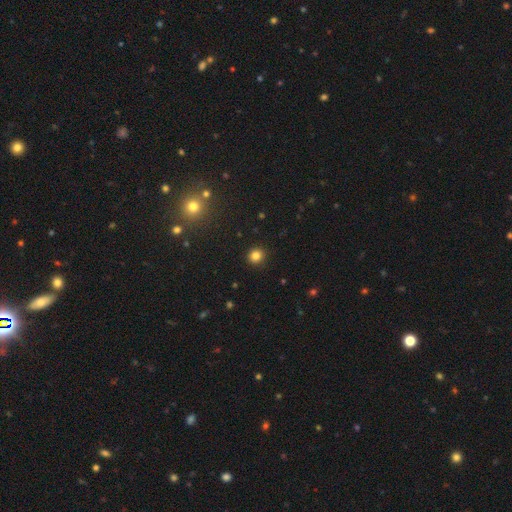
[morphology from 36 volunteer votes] smooth 92%, featured or disk 6%, star or artifact 3%. Down the decision tree: how rounded — round (88%); merging — none (89%).